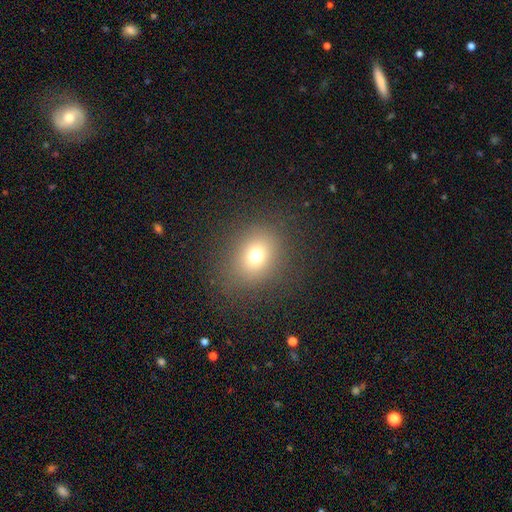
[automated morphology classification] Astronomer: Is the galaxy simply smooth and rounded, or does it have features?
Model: smooth — 70%.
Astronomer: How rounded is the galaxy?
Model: round — 65%.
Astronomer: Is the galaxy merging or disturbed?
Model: none — 84%.